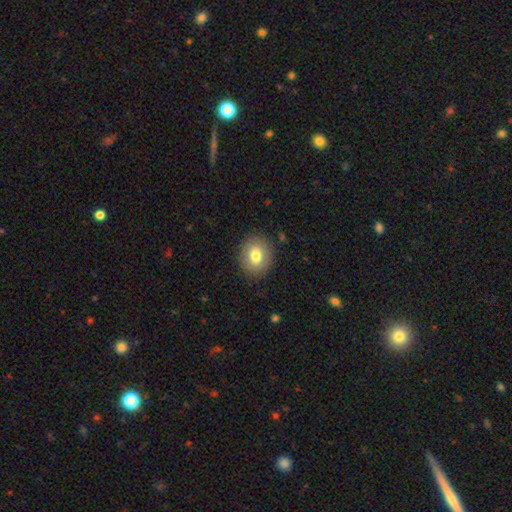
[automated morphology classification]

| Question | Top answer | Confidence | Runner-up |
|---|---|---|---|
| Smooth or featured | smooth | 78% | featured or disk (14%) |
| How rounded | round | 59% | in between (40%) |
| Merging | none | 87% | minor disturbance (9%) |